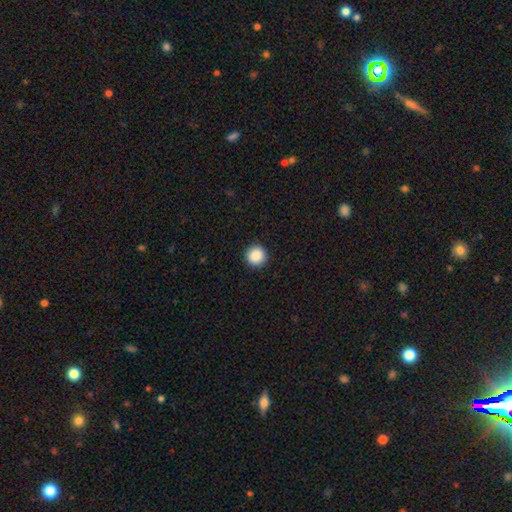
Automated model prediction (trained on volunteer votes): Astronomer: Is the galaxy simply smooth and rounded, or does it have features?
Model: smooth — 88%.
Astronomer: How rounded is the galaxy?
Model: round — 96%.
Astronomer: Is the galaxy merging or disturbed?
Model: none — 93%.